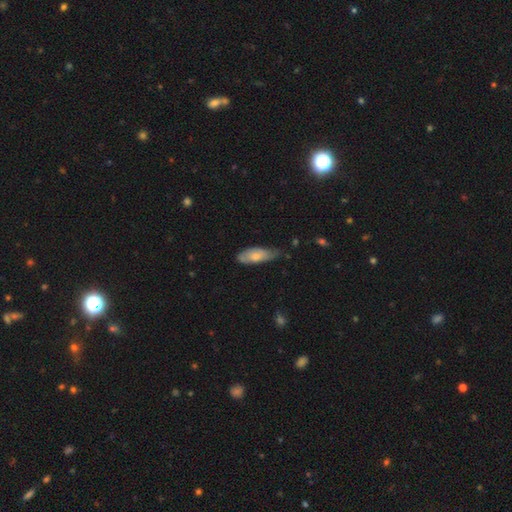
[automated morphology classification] Q: Smooth or featured?
A: smooth (66%); runner-up: featured or disk (28%)
Q: How rounded?
A: in between (74%); runner-up: cigar-shaped (25%)
Q: Merging?
A: none (48%); runner-up: minor disturbance (41%)